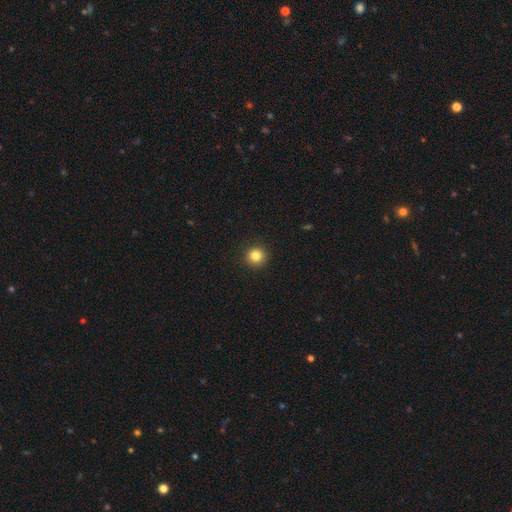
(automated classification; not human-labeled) Smooth or featured: smooth — 84% (star or artifact — 12%)
How rounded: round — 95% (in between — 4%)
Merging: none — 93% (minor disturbance — 4%)